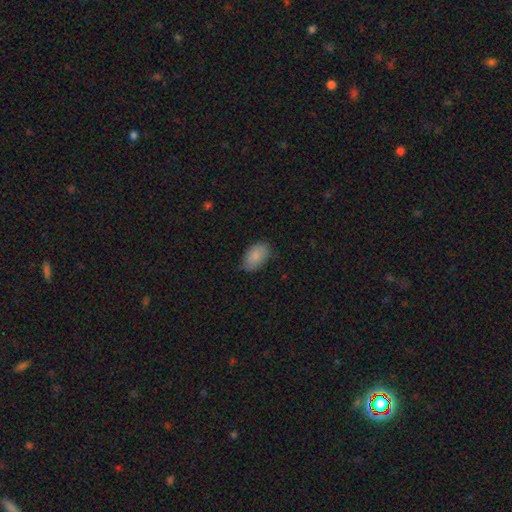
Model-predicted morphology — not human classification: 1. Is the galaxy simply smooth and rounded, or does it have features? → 86% smooth, 8% featured or disk, 7% star or artifact.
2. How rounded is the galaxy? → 92% in between, 7% round, 1% cigar-shaped.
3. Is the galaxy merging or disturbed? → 70% none, 25% minor disturbance, 4% major disturbance, 1% merger.